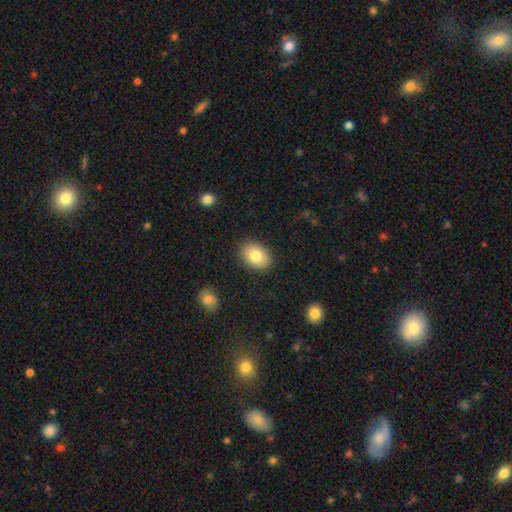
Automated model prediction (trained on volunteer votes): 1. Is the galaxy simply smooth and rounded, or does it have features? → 81% smooth, 12% featured or disk, 7% star or artifact.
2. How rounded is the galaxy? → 81% in between, 18% round, 1% cigar-shaped.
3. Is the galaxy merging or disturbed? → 88% none, 9% minor disturbance, 2% major disturbance, 1% merger.